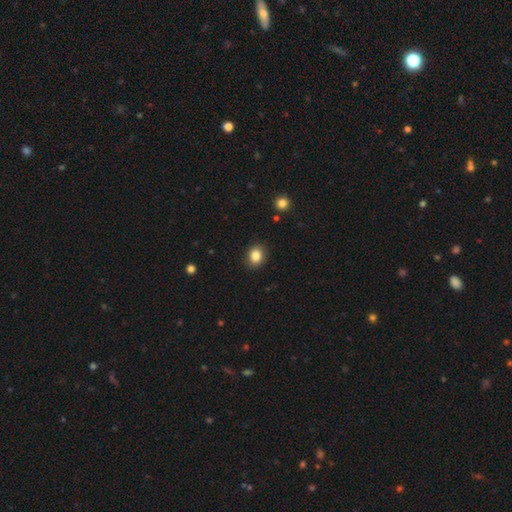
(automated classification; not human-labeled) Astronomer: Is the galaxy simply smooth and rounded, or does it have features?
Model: smooth — 85%.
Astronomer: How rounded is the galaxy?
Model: round — 60% (runner-up: in between, 39%).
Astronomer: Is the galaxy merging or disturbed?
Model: none — 88%.